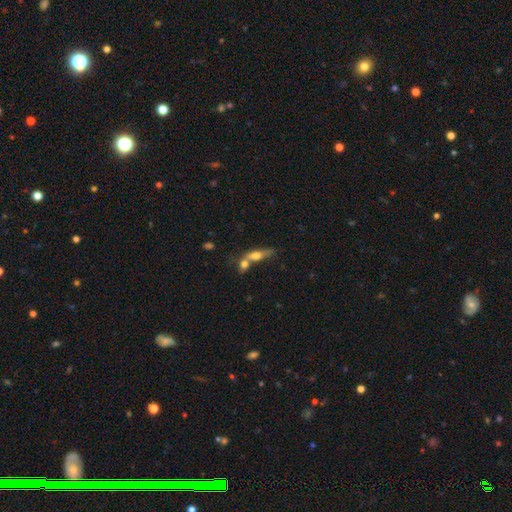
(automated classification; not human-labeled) This is possibly a smooth galaxy (55%). How rounded: possibly cigar-shaped (50%). Merging: possibly merger (49%).